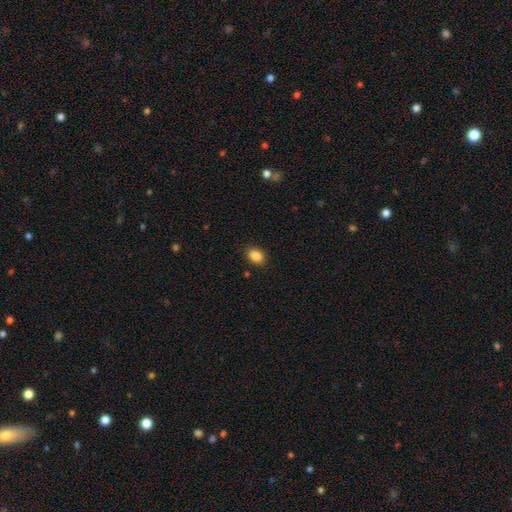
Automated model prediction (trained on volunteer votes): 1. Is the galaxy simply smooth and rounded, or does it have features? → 88% smooth, 9% star or artifact, 4% featured or disk.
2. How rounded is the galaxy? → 75% in between, 23% round, 1% cigar-shaped.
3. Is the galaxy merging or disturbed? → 88% none, 9% minor disturbance, 2% major disturbance, 1% merger.